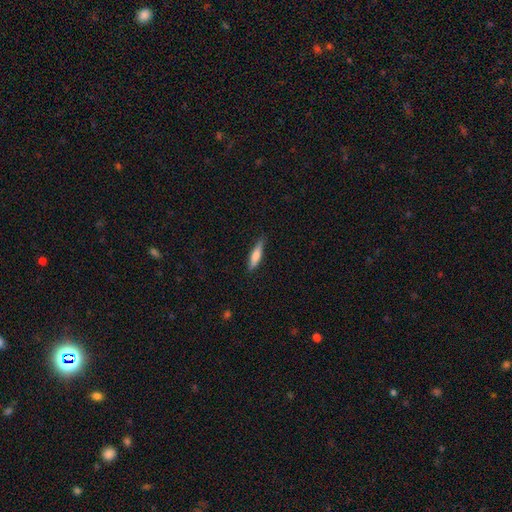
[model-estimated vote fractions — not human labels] smooth 69%, featured or disk 25%, star or artifact 6%. Down the decision tree: how rounded — cigar-shaped (76%); merging — none (84%).